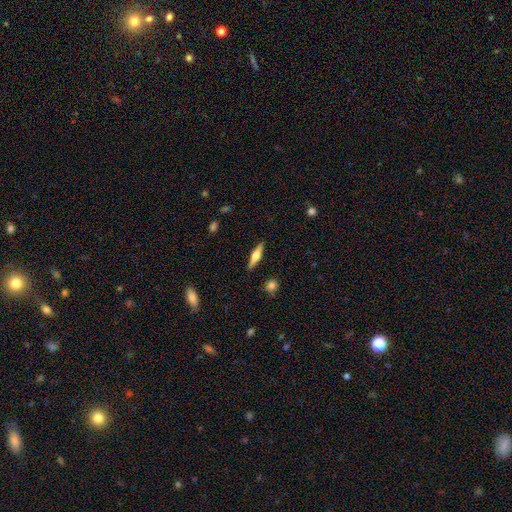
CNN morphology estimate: A featured or disk galaxy (58%) viewed edge-on (96%) with a rounded central bulge (92%). Merging: none (90%).